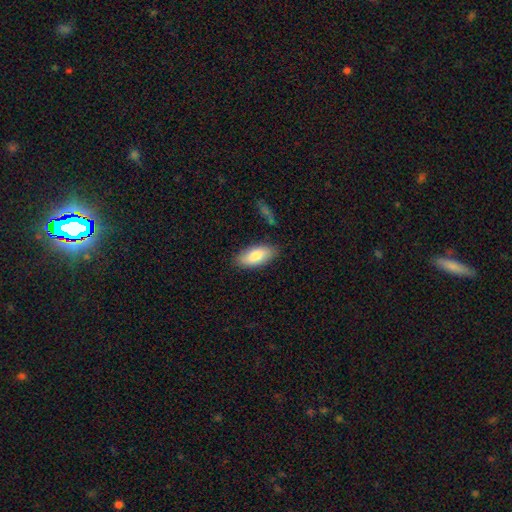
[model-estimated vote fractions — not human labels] smooth_or_featured: smooth (p=0.81) [alt: featured or disk p=0.13]
how_rounded: in between (p=0.89) [alt: cigar-shaped p=0.09]
merging: none (p=0.84) [alt: minor disturbance p=0.12]